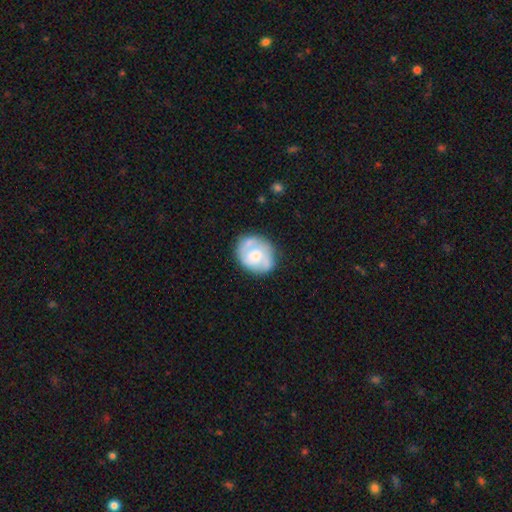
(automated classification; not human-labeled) Smooth or featured? Predicted: featured or disk (p=0.55). Edge-on disk? Predicted: no (p=0.97). Bar? Predicted: no (p=0.70). Spiral arms? Predicted: yes (p=0.66). Bulge size? Predicted: moderate (p=0.45). Merging? Predicted: none (p=0.64).